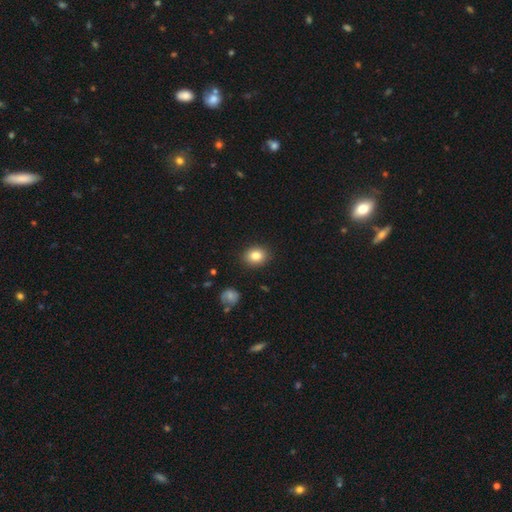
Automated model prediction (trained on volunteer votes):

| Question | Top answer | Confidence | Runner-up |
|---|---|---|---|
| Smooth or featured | smooth | 84% | star or artifact (9%) |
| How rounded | round | 56% | in between (43%) |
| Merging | none | 89% | minor disturbance (8%) |